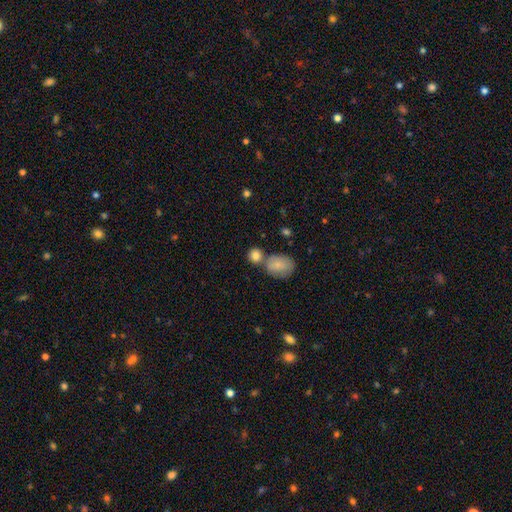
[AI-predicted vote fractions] Smooth or featured?
  - smooth: 84% *
  - star or artifact: 8%
  - featured or disk: 8%
How rounded?
  - round: 77% *
  - in between: 22%
  - cigar-shaped: 1%
Merging?
  - none: 52% *
  - merger: 34%
  - minor disturbance: 10%
  - major disturbance: 4%